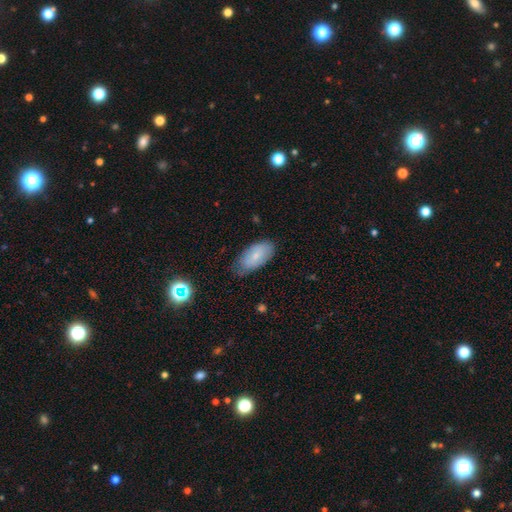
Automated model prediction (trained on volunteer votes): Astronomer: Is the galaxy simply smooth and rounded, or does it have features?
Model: smooth — 74%.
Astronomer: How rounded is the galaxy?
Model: in between — 93%.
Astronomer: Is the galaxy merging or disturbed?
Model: none — 68%.